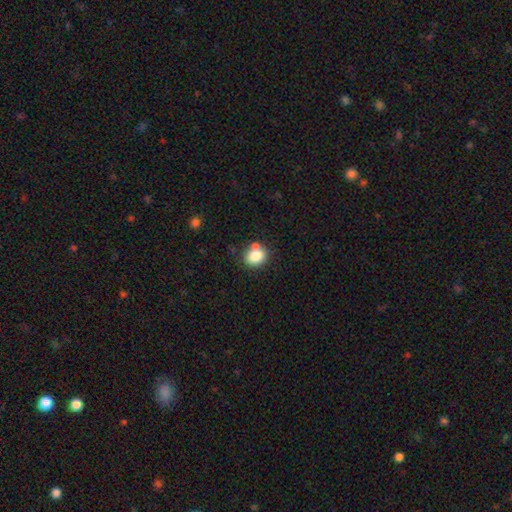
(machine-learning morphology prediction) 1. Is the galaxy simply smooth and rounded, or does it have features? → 82% smooth, 10% star or artifact, 8% featured or disk.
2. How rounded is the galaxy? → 56% round, 43% in between, 1% cigar-shaped.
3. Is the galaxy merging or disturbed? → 63% none, 19% merger, 14% minor disturbance, 4% major disturbance.